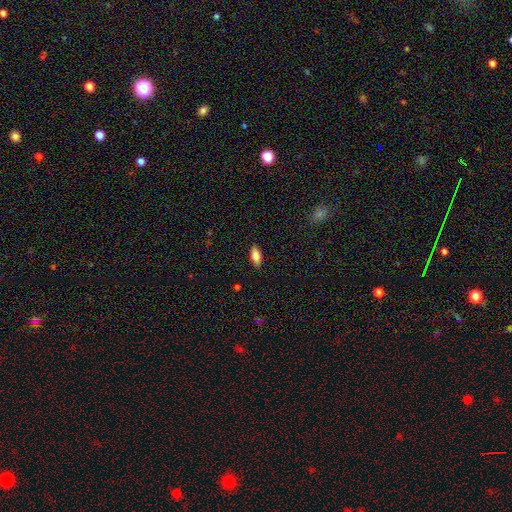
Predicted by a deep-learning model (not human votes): Smooth or featured? Predicted: smooth (p=0.80). How rounded? Predicted: in between (p=0.85). Merging? Predicted: none (p=0.87).